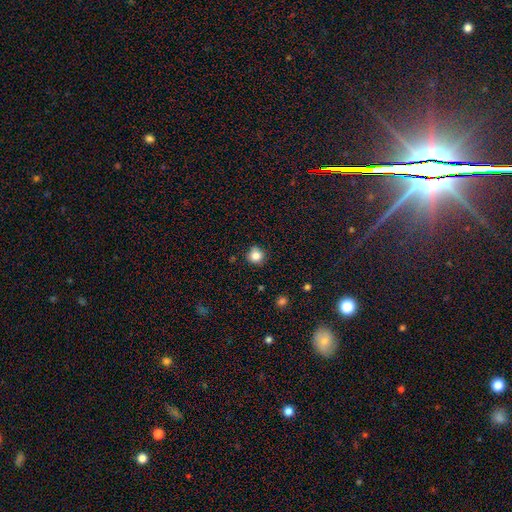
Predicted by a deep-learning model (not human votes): Morphology: type=smooth (83%); roundness=round (92%); merging=none (84%).